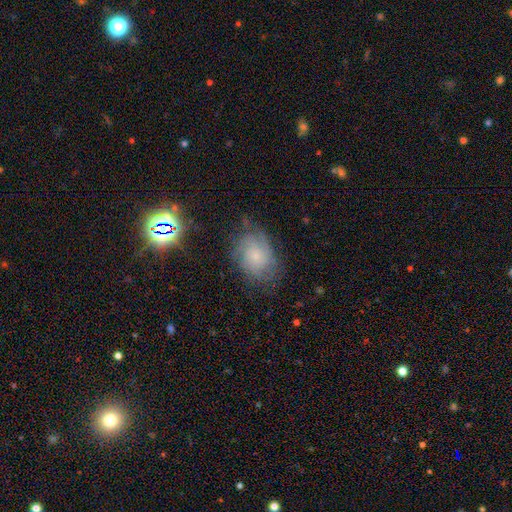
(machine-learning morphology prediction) Overall: featured or disk (49%; smooth 37%). Merging: none (64%).